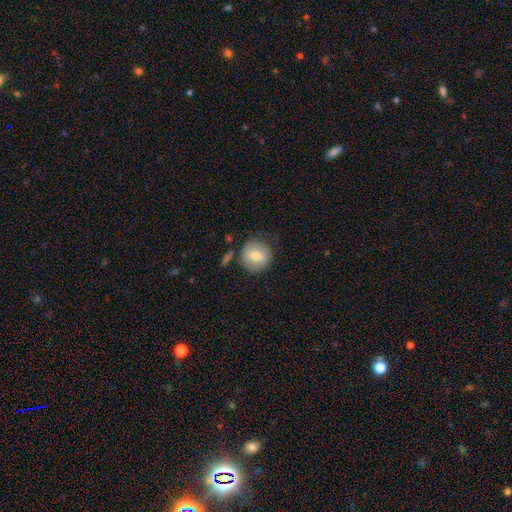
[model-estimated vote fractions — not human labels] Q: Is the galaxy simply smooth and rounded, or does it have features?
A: smooth — 71%.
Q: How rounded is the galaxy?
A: round — 93%.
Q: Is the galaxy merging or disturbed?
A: none — 74%.